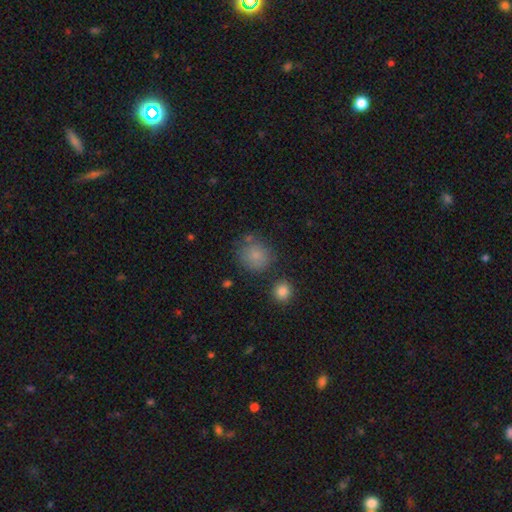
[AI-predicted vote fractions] Smooth or featured?
  - smooth: 81% *
  - star or artifact: 11%
  - featured or disk: 8%
How rounded?
  - round: 85% *
  - in between: 15%
  - cigar-shaped: 1%
Merging?
  - none: 73% *
  - minor disturbance: 14%
  - merger: 8%
  - major disturbance: 5%